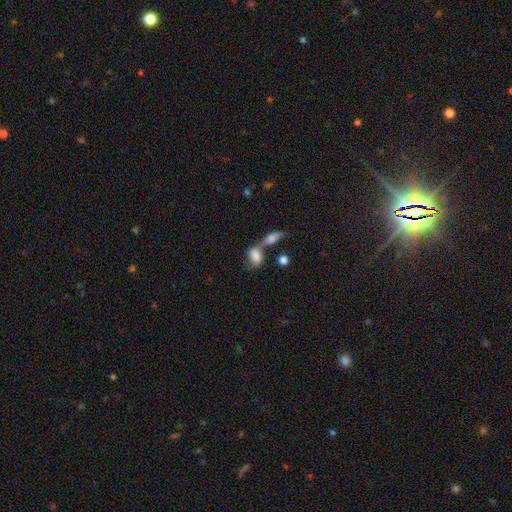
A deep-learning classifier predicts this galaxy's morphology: Smooth or featured: smooth — 66% (featured or disk — 24%)
How rounded: in between — 79% (round — 17%)
Merging: merger — 64% (none — 18%)